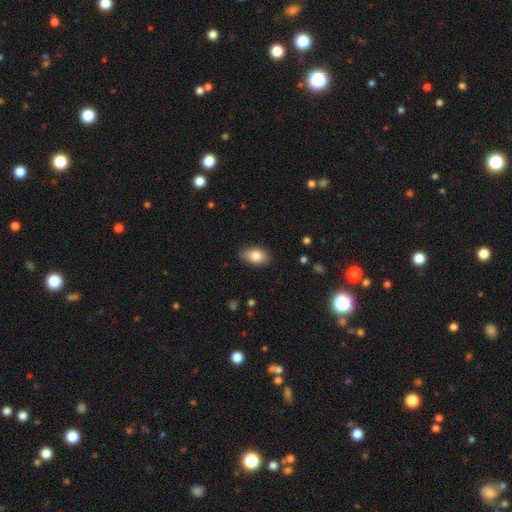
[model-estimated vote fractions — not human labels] Smooth or featured? smooth (82%)
How rounded? in between (89%)
Merging? none (80%)